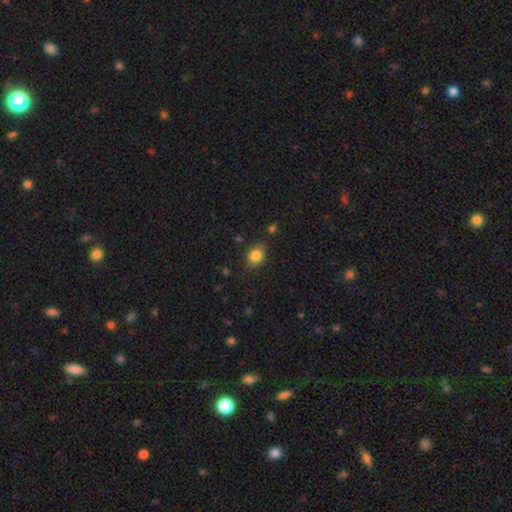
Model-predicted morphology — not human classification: smooth-or-featured: smooth: 83% | star or artifact: 11% | featured or disk: 6%
  how-rounded: round: 54% | in between: 44% | cigar-shaped: 1%
  merging: none: 80% | minor disturbance: 14% | major disturbance: 3% | merger: 3%